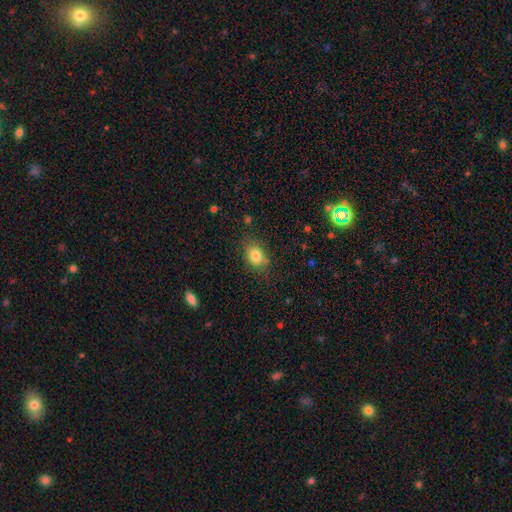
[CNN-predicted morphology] smooth_or_featured: smooth (p=0.81) [alt: star or artifact p=0.10]
how_rounded: in between (p=0.70) [alt: round p=0.29]
merging: none (p=0.75) [alt: minor disturbance p=0.18]